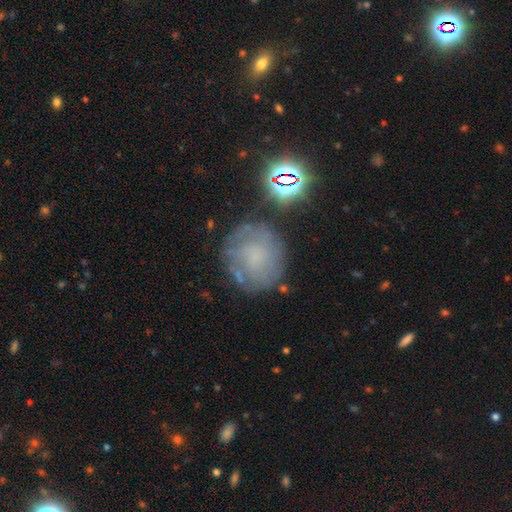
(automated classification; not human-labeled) Smooth or featured: featured or disk — 46% (smooth — 37%)
Merging: none — 69% (minor disturbance — 17%)